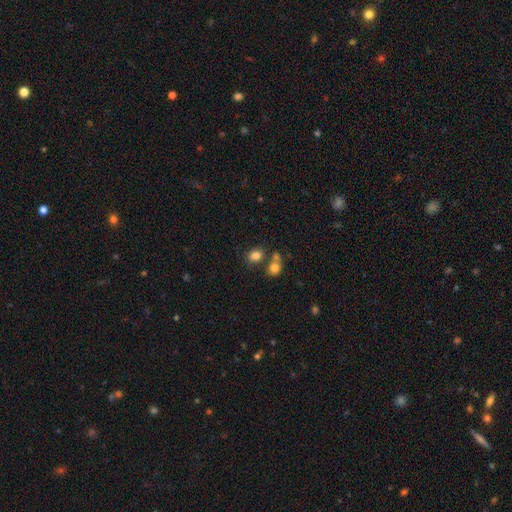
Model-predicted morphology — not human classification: A smooth galaxy with no disk features (81%) that is in between round and cigar-shaped (56%).

Vote fractions:
- Smooth or featured? smooth: 81% / star or artifact: 12% / featured or disk: 7%
- How rounded? in between: 56% / round: 43% / cigar-shaped: 1%
- Merging? none: 61% / merger: 24% / minor disturbance: 11% / major disturbance: 4%